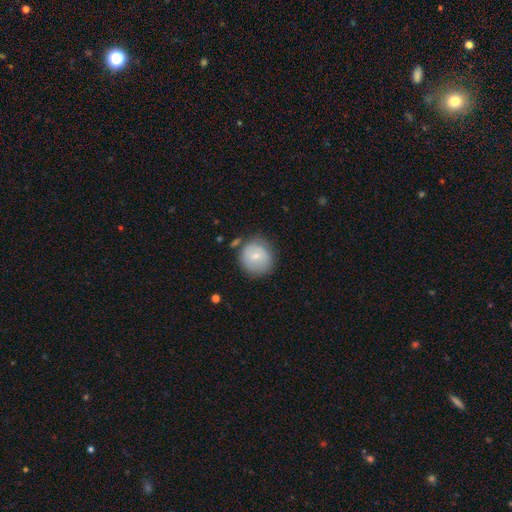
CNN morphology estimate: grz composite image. It shows a smooth galaxy with no disk features (70%) that is round (87%). Merging: none (70%).